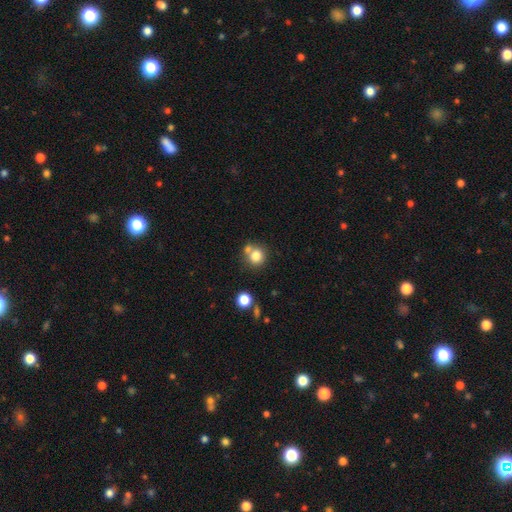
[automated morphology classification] Smooth or featured?
  - smooth: 80% *
  - star or artifact: 12%
  - featured or disk: 9%
How rounded?
  - round: 89% *
  - in between: 11%
  - cigar-shaped: 1%
Merging?
  - none: 60% *
  - merger: 26%
  - minor disturbance: 10%
  - major disturbance: 4%